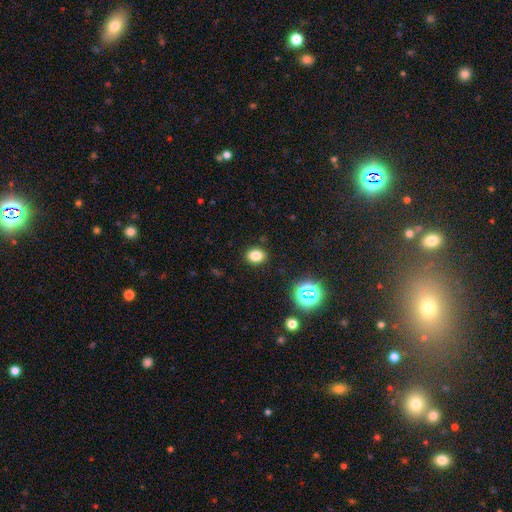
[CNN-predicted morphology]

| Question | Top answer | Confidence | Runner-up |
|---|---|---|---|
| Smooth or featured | smooth | 79% | star or artifact (15%) |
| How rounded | round | 51% | in between (48%) |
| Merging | none | 89% | minor disturbance (7%) |